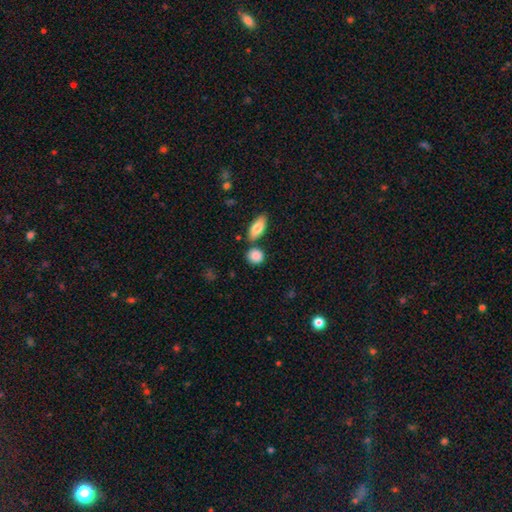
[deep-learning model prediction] A smooth galaxy with no disk features (87%) that is round (73%).

Vote fractions:
- Smooth or featured? smooth: 87% / star or artifact: 8% / featured or disk: 5%
- How rounded? round: 73% / in between: 24% / cigar-shaped: 3%
- Merging? none: 70% / merger: 15% / minor disturbance: 11% / major disturbance: 3%